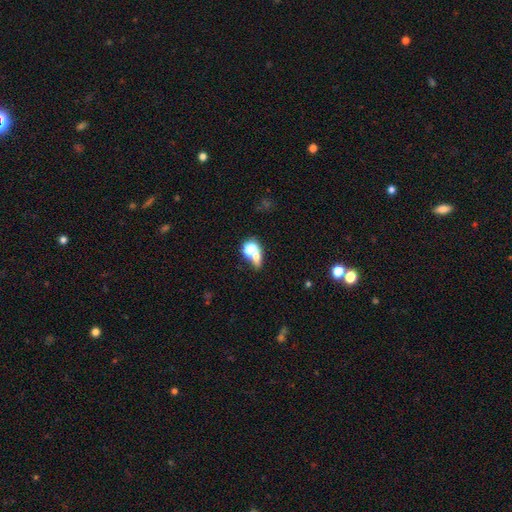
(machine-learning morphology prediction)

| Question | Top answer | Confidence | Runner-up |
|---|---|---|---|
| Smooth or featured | smooth | 61% | star or artifact (22%) |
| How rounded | round | 50% | in between (45%) |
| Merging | merger | 46% | none (37%) |